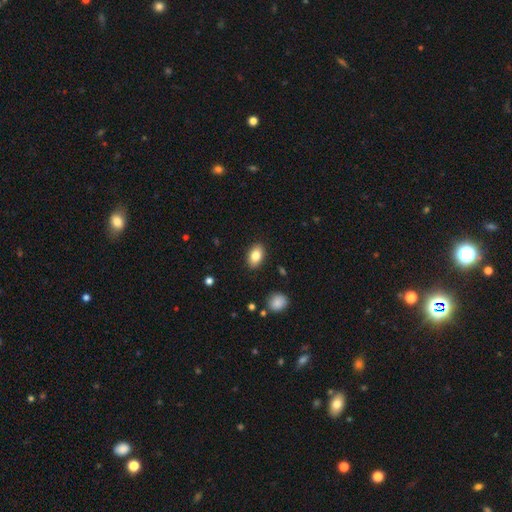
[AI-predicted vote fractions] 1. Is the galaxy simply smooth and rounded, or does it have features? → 83% smooth, 9% featured or disk, 8% star or artifact.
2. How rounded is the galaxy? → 89% in between, 10% round, 2% cigar-shaped.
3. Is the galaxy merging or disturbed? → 88% none, 8% minor disturbance, 2% major disturbance, 1% merger.